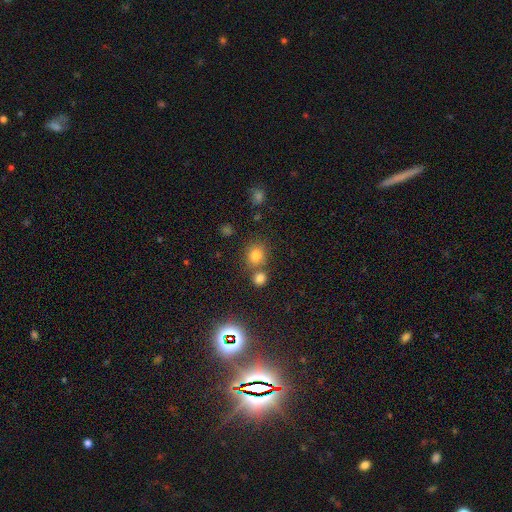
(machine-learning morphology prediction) Q: Smooth or featured?
A: smooth (76%); runner-up: star or artifact (17%)
Q: How rounded?
A: round (75%); runner-up: in between (24%)
Q: Merging?
A: none (63%); runner-up: merger (24%)